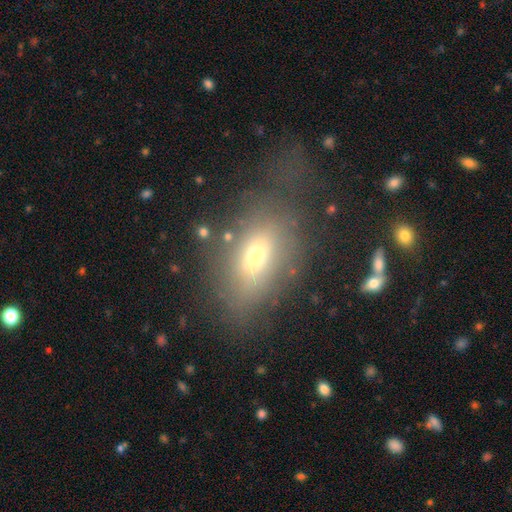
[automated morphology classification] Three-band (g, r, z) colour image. It shows a smooth galaxy with no disk features (63%) that is in between round and cigar-shaped (81%). Merging: none (52%).